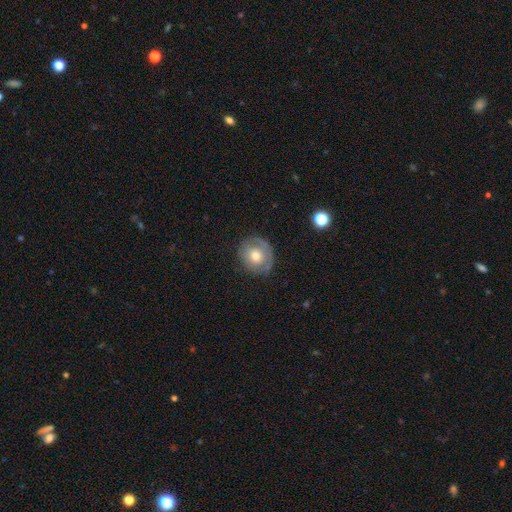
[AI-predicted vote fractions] Smooth or featured?
  - smooth: 56% *
  - featured or disk: 36%
  - star or artifact: 8%
How rounded?
  - round: 82% *
  - in between: 17%
  - cigar-shaped: 1%
Merging?
  - none: 76% *
  - minor disturbance: 17%
  - major disturbance: 6%
  - merger: 1%